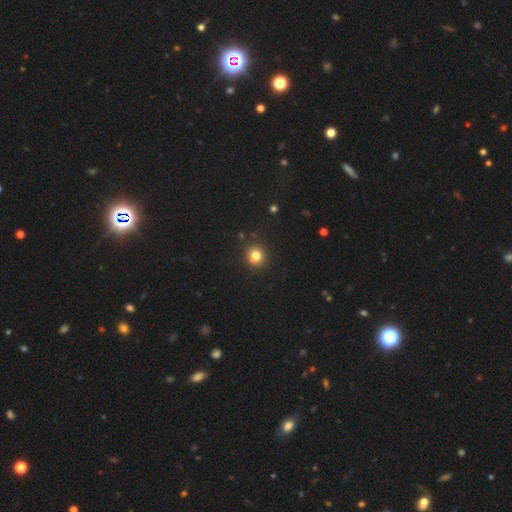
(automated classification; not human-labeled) The model was most divided on "merging": none: 73%, merger: 13%, minor disturbance: 11%, major disturbance: 3%. More confident: how rounded — round (86%); smooth or featured — smooth (76%).